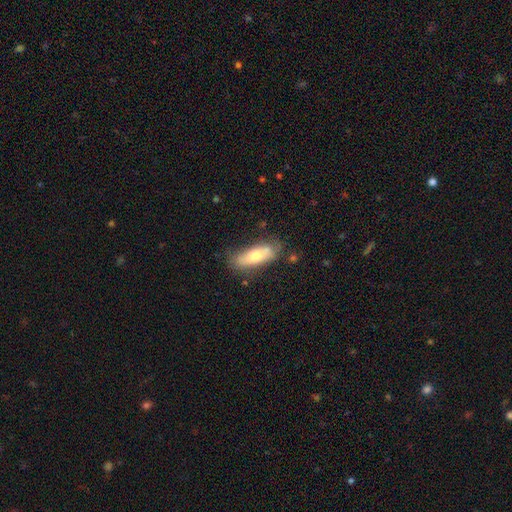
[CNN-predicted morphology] The model was most divided on "how rounded": in between: 65%, cigar-shaped: 32%, round: 3%. More confident: smooth or featured — smooth (64%); merging — none (63%).